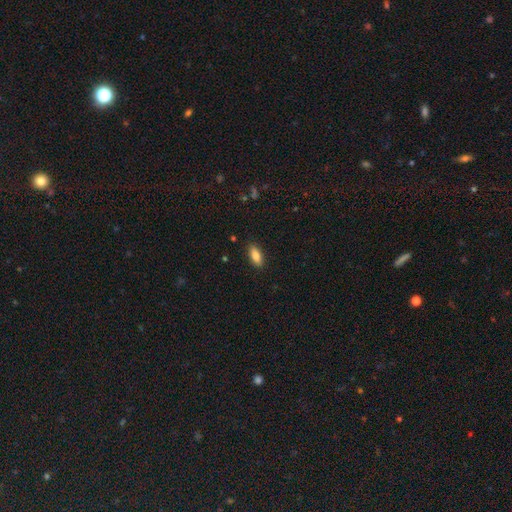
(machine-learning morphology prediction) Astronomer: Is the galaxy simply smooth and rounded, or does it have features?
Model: smooth — 81%.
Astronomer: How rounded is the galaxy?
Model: in between — 81%.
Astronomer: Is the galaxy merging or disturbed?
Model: none — 88%.